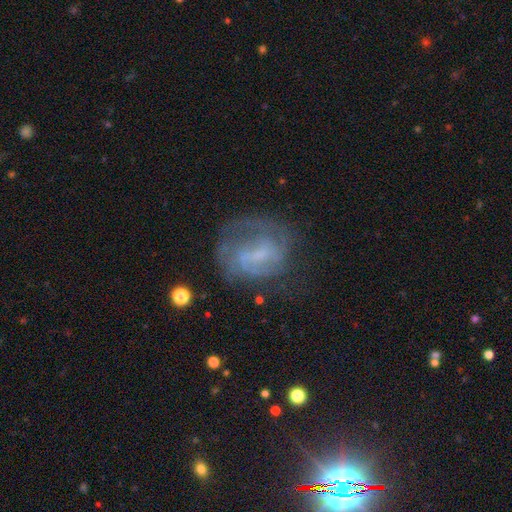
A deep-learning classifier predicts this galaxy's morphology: type=featured or disk (66%); edge-on=no (97%); bar=weak (49%); spiral arms=yes (73%); bulge=small (42%); merging=none (56%).